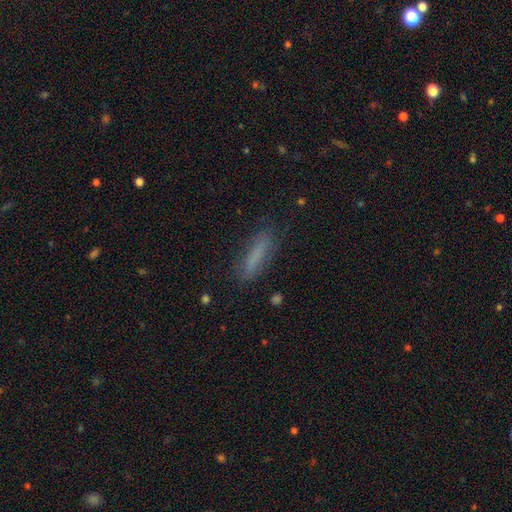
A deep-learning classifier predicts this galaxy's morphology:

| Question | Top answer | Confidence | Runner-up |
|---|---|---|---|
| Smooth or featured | smooth | 74% | featured or disk (16%) |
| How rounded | cigar-shaped | 83% | in between (16%) |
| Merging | none | 81% | minor disturbance (13%) |